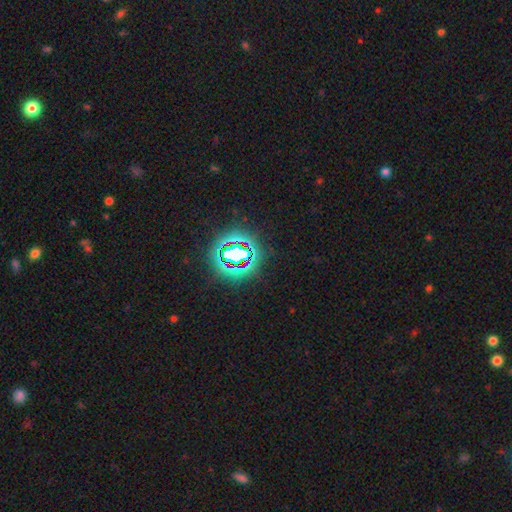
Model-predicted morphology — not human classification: smooth-or-featured: star or artifact: 81% | smooth: 11% | featured or disk: 8%